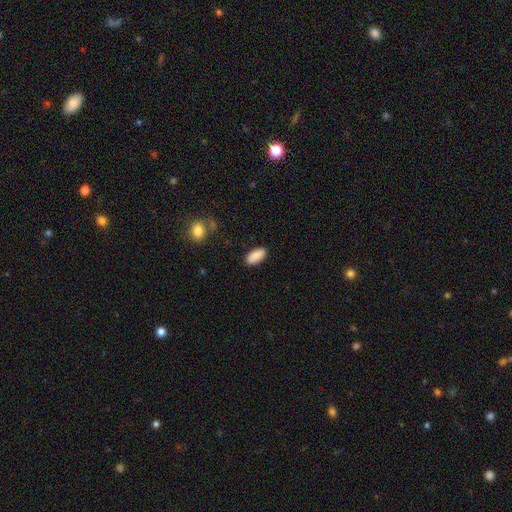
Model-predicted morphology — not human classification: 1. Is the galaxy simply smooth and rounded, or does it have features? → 86% smooth, 7% featured or disk, 7% star or artifact.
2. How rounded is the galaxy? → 91% in between, 7% cigar-shaped, 2% round.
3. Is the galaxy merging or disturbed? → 84% none, 12% minor disturbance, 2% major disturbance, 2% merger.